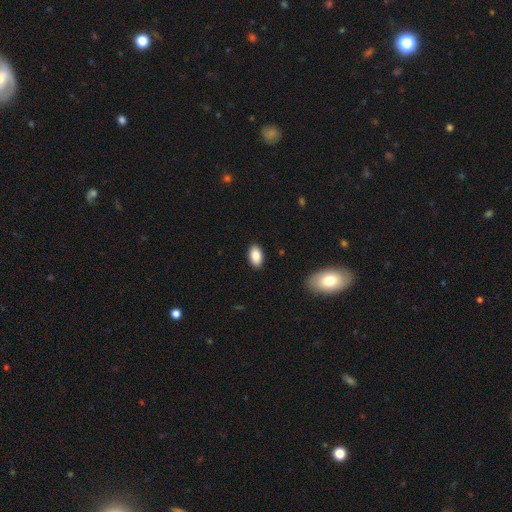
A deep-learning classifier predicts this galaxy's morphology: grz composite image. It shows a smooth galaxy with no disk features (87%) that is in between round and cigar-shaped (93%). Merging: none (88%).